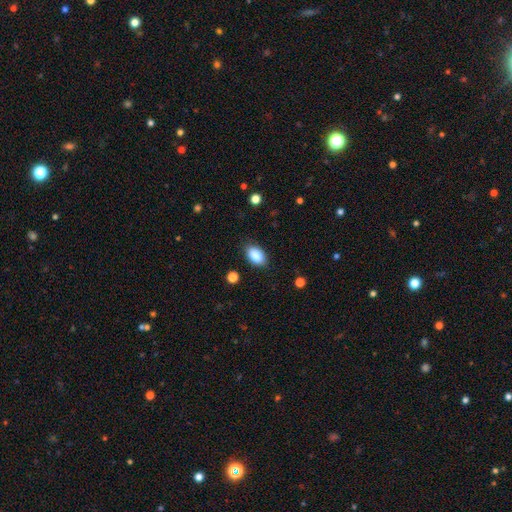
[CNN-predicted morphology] smooth-or-featured: smooth: 88% | star or artifact: 7% | featured or disk: 4%
  how-rounded: in between: 92% | round: 6% | cigar-shaped: 2%
  merging: none: 85% | minor disturbance: 11% | major disturbance: 3% | merger: 1%